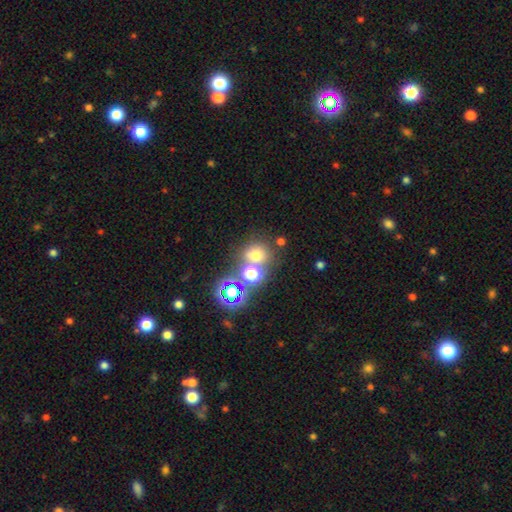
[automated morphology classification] Overall: smooth (60%; star or artifact 30%). How rounded: round (80%). Merging: none (59%; merger 27%).